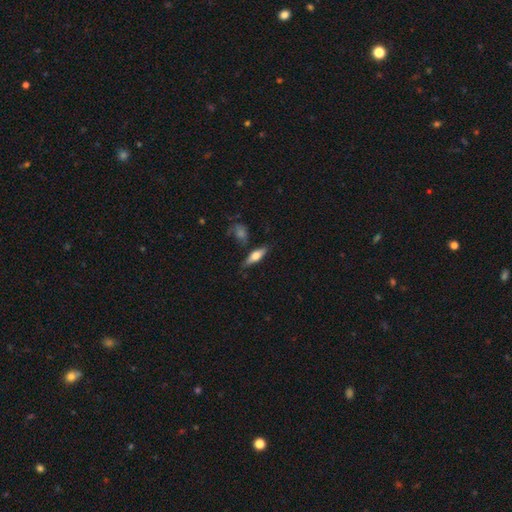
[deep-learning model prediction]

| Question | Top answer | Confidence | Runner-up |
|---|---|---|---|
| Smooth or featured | smooth | 55% | featured or disk (39%) |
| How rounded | cigar-shaped | 49% | in between (48%) |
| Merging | none | 76% | minor disturbance (15%) |